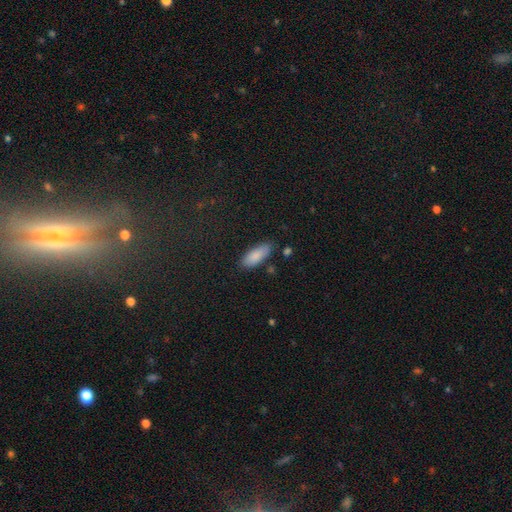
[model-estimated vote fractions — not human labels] smooth_or_featured: smooth (p=0.86) [alt: featured or disk p=0.07]
how_rounded: in between (p=0.72) [alt: cigar-shaped p=0.27]
merging: none (p=0.81) [alt: minor disturbance p=0.13]